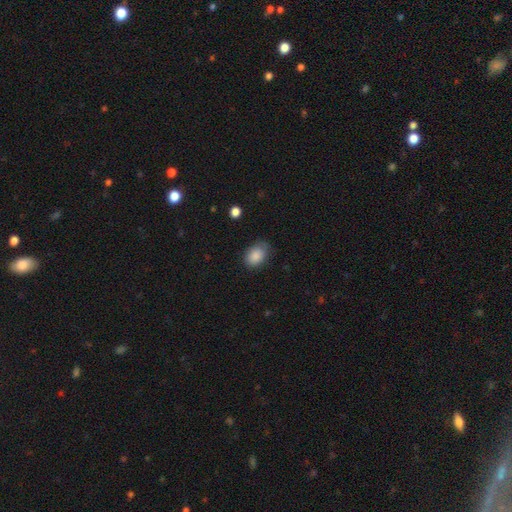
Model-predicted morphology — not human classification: Smooth or featured: smooth — 87% (star or artifact — 7%)
How rounded: in between — 83% (round — 16%)
Merging: none — 72% (minor disturbance — 22%)